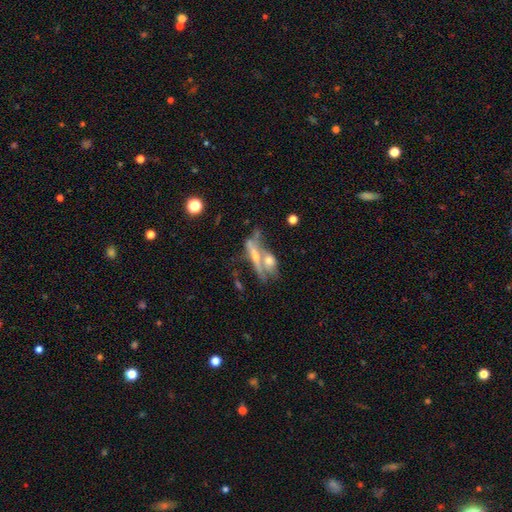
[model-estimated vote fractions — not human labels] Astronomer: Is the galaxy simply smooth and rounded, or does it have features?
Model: featured or disk — 64%.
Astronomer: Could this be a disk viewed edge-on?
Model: yes — 54% (runner-up: no, 46%).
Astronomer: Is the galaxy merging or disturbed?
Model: merger — 53%.